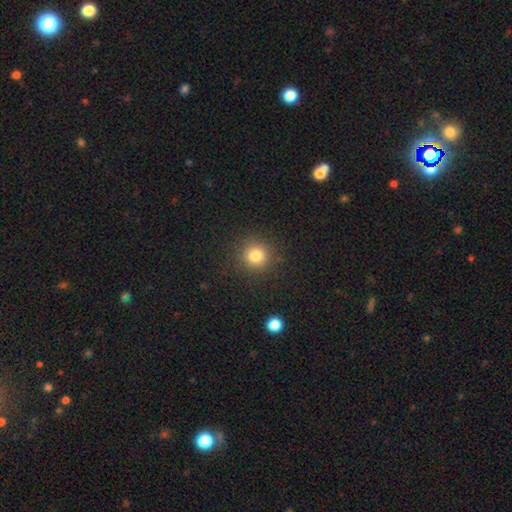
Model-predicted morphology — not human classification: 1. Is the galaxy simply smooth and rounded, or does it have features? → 82% smooth, 13% star or artifact, 6% featured or disk.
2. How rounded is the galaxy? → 93% round, 6% in between, 1% cigar-shaped.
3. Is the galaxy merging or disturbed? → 89% none, 7% minor disturbance, 3% major disturbance, 1% merger.